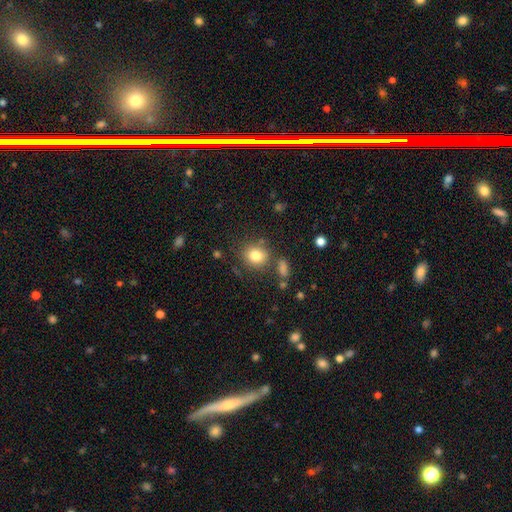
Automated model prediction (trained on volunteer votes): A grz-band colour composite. It shows a smooth galaxy with no disk features (81%) that is round (75%). Merging: none (77%).